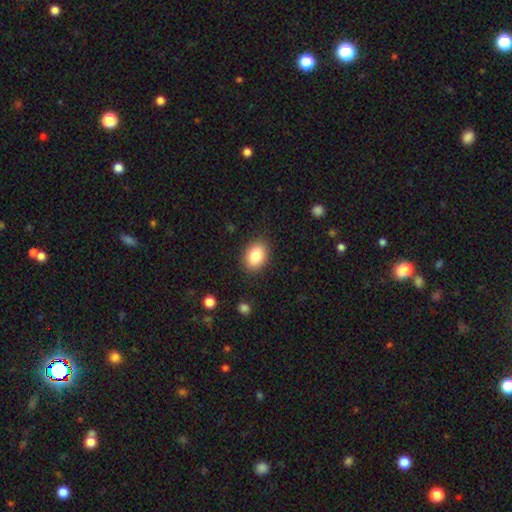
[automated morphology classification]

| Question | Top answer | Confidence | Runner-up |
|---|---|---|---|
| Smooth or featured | smooth | 85% | featured or disk (8%) |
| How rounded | in between | 80% | round (19%) |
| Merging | none | 87% | minor disturbance (9%) |